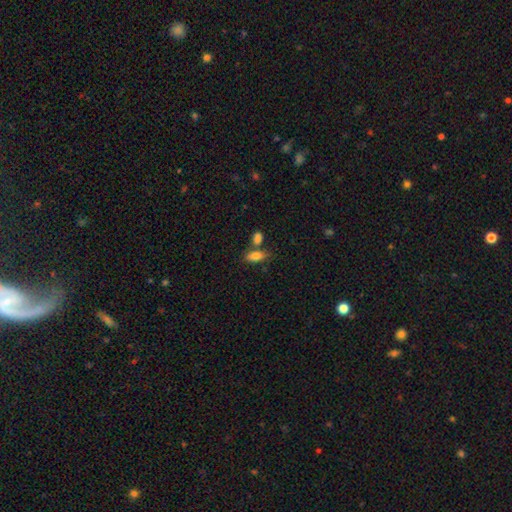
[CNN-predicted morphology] Smooth or featured?
  - smooth: 80% *
  - featured or disk: 12%
  - star or artifact: 8%
How rounded?
  - in between: 81% *
  - cigar-shaped: 14%
  - round: 4%
Merging?
  - none: 57% *
  - merger: 25%
  - minor disturbance: 13%
  - major disturbance: 4%